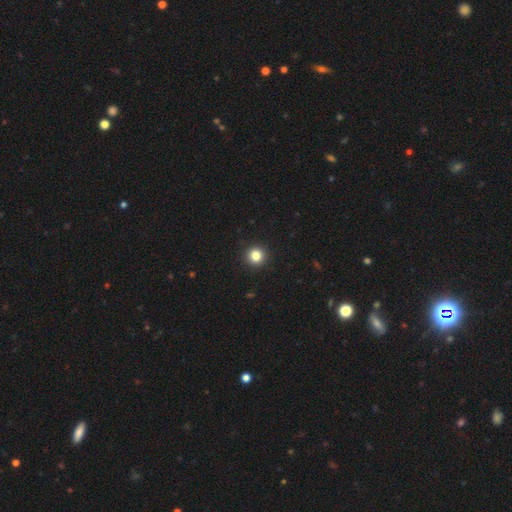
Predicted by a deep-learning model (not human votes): Smooth or featured? Predicted: smooth (p=0.83). How rounded? Predicted: round (p=0.95). Merging? Predicted: none (p=0.94).